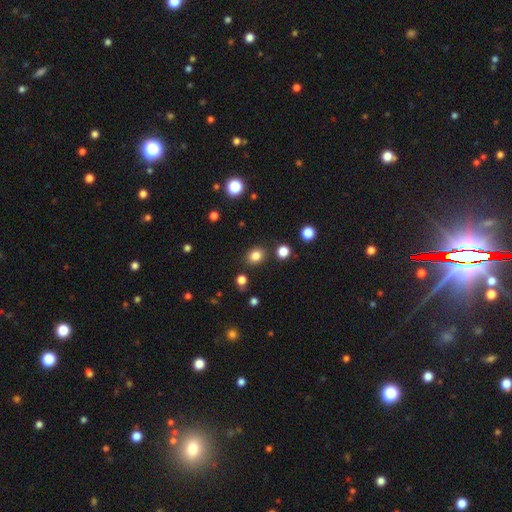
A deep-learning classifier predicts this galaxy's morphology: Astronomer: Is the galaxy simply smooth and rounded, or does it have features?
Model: smooth — 82%.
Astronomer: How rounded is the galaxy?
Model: round — 61% (runner-up: in between, 39%).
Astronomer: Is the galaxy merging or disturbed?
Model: none — 86%.